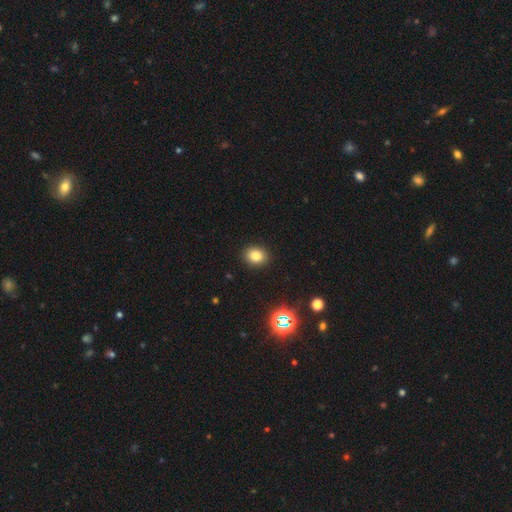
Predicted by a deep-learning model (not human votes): The model was most divided on "how rounded": round: 55%, in between: 44%, cigar-shaped: 1%. More confident: merging — none (90%); smooth or featured — smooth (81%).